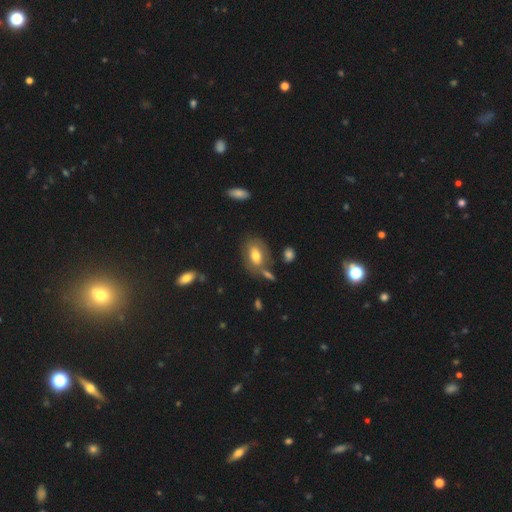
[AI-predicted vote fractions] Overall: smooth (65%; featured or disk 26%). How rounded: in between (83%). Merging: none (62%).